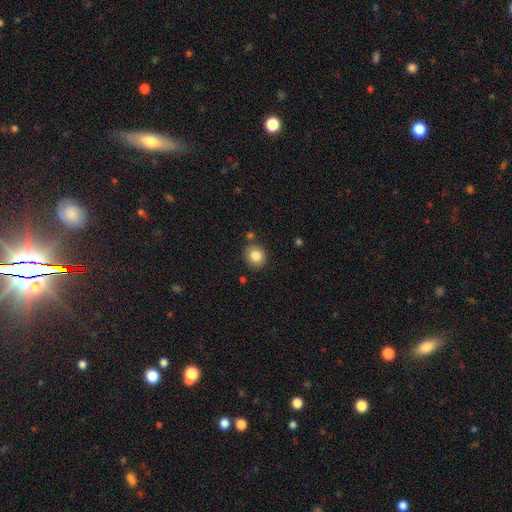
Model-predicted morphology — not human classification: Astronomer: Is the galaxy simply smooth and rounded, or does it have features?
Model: smooth — 83%.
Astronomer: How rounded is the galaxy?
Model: round — 81%.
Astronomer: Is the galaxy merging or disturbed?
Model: none — 83%.